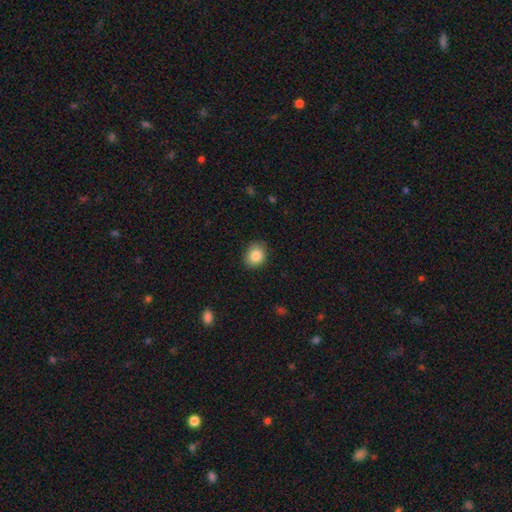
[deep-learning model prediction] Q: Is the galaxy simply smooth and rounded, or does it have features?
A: smooth — 85%.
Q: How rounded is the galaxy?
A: round — 60%.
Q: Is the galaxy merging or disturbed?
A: none — 84%.